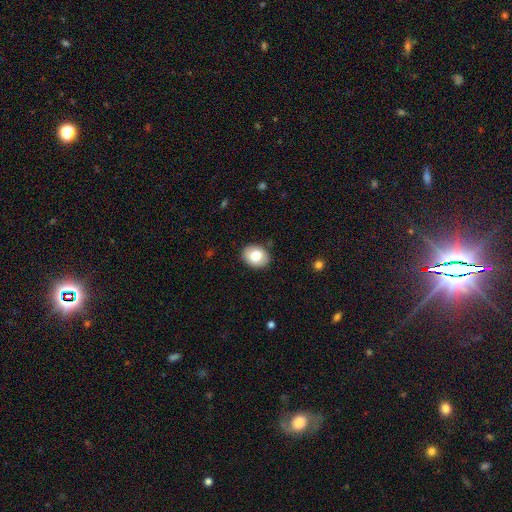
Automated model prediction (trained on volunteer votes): This appears to be a smooth galaxy with no disk features (80%) that is in between round and cigar-shaped (50%). Merging: none (88%).